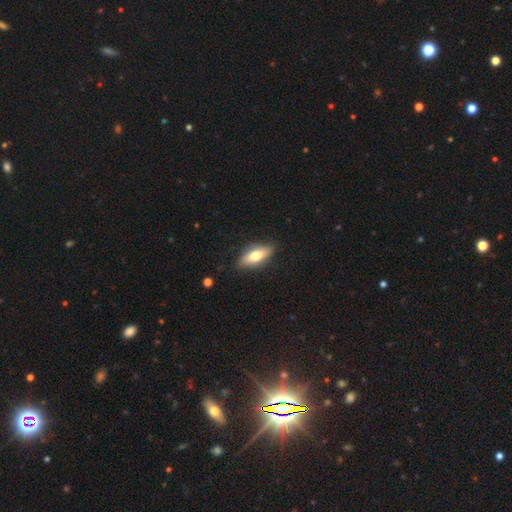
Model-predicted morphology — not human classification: Overall: smooth (68%). How rounded: in between (77%). Merging: none (85%).